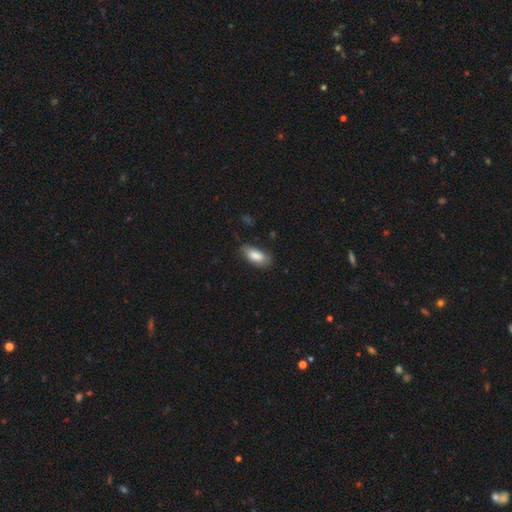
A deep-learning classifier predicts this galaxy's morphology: Overall: smooth (83%). How rounded: in between (88%). Merging: none (75%).